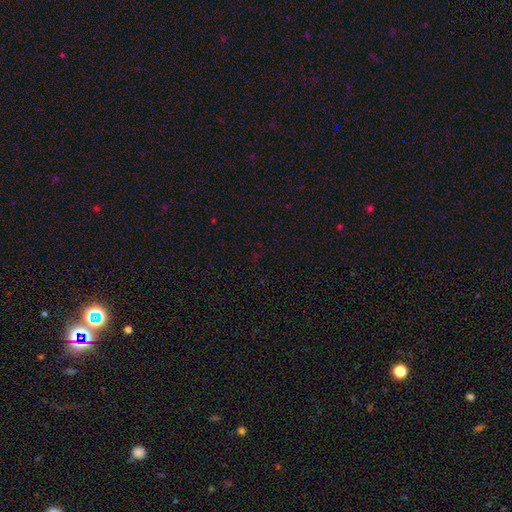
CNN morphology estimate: A star or artifact, not a galaxy (69%).

Vote fractions:
- Smooth or featured? star or artifact: 69% / smooth: 24% / featured or disk: 7%